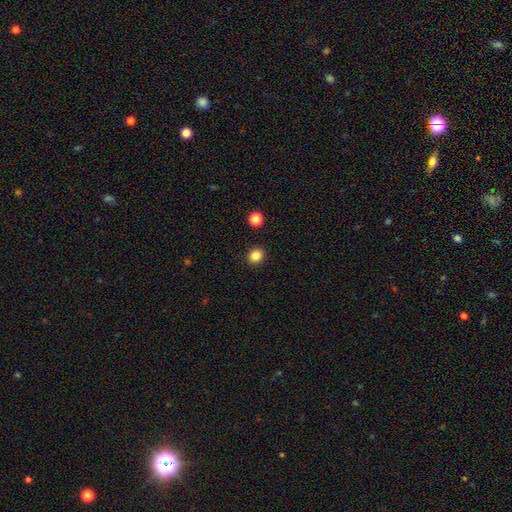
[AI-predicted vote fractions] smooth_or_featured: smooth (p=0.84) [alt: star or artifact p=0.12]
how_rounded: round (p=0.85) [alt: in between p=0.14]
merging: none (p=0.92) [alt: minor disturbance p=0.05]